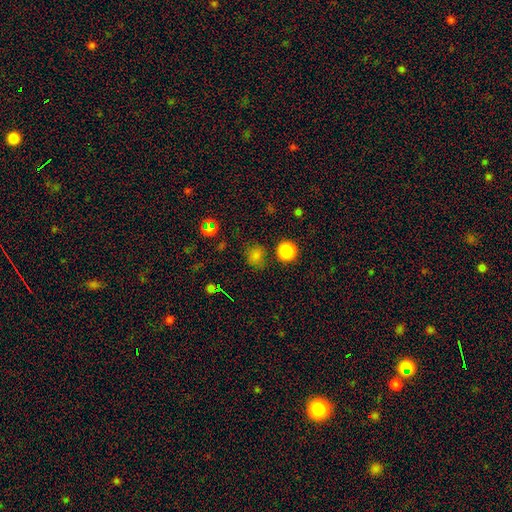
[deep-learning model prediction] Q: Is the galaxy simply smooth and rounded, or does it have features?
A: smooth — 71%.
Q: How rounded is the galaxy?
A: round — 77%.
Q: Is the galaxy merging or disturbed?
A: none — 78%.